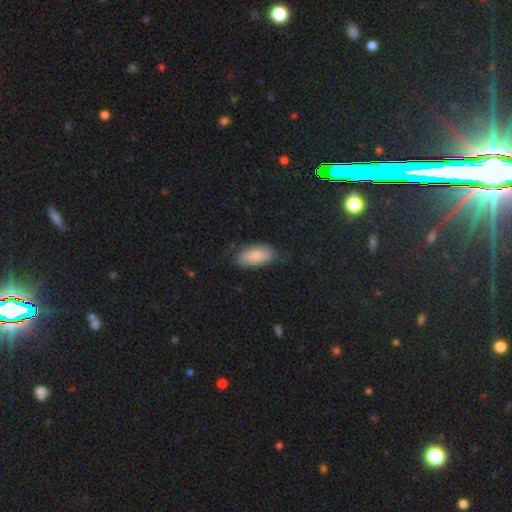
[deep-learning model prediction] Morphology: type=smooth (79%); roundness=in between (93%); merging=none (68%).